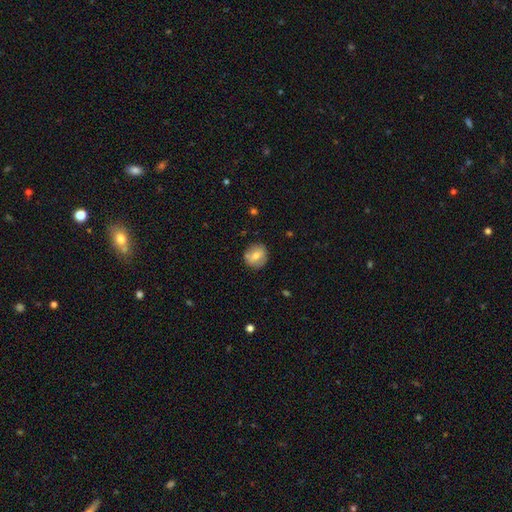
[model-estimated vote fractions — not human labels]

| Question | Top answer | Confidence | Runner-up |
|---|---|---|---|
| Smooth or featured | smooth | 65% | featured or disk (26%) |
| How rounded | round | 85% | in between (14%) |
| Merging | none | 84% | minor disturbance (11%) |